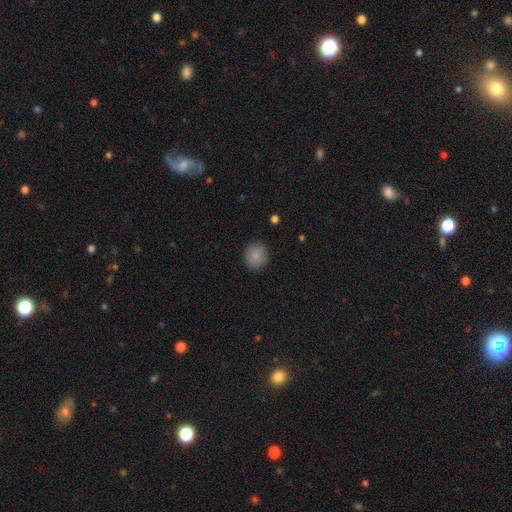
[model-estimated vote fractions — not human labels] smooth-or-featured: smooth: 87% | star or artifact: 8% | featured or disk: 5%
  how-rounded: round: 76% | in between: 23% | cigar-shaped: 1%
  merging: none: 88% | minor disturbance: 9% | major disturbance: 2% | merger: 1%